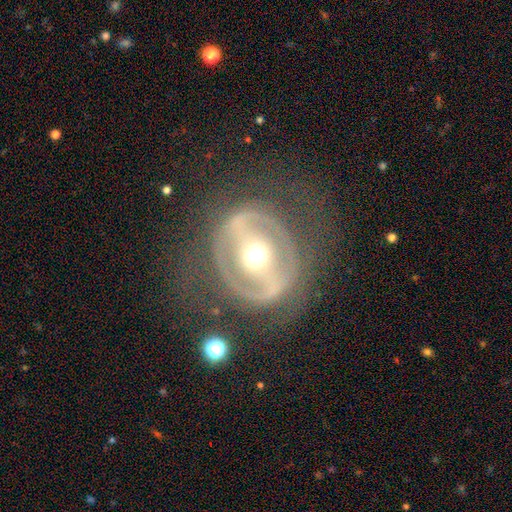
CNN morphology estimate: Smooth or featured: featured or disk — 81% (smooth — 13%)
Edge-on disk: no — 94% (yes — 6%)
Bar: strong — 57% (weak — 24%)
Spiral arms: yes — 53% (no — 47%)
Bulge size: moderate — 71% (large — 15%)
Merging: none — 69% (minor disturbance — 15%)